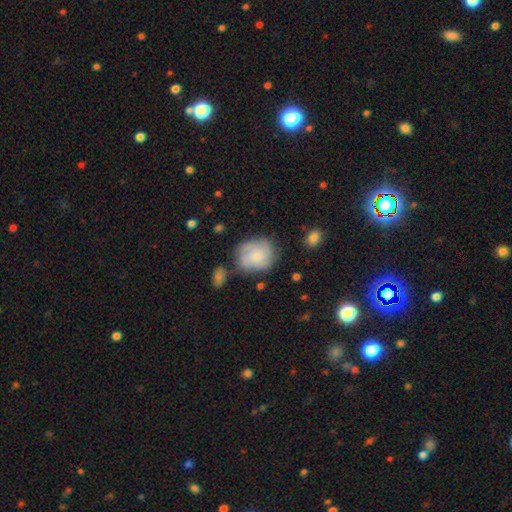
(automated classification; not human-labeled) The model was most divided on "smooth or featured": featured or disk: 52%, smooth: 40%, star or artifact: 8%. More confident: edge-on disk — no (98%); spiral arms — yes (87%); bar — no (76%); merging — none (67%); bulge size — small (55%).